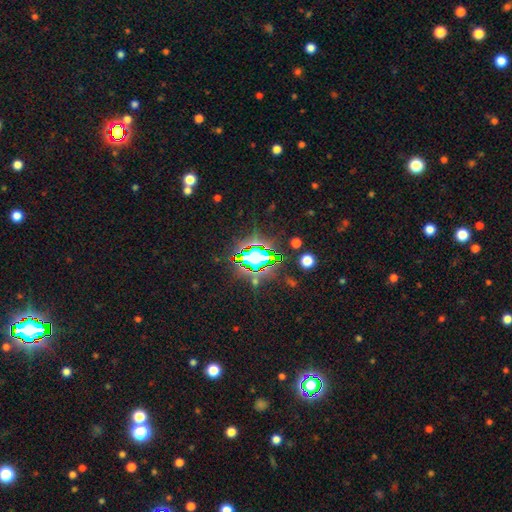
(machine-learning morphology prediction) A star or artifact, not a galaxy (70%).